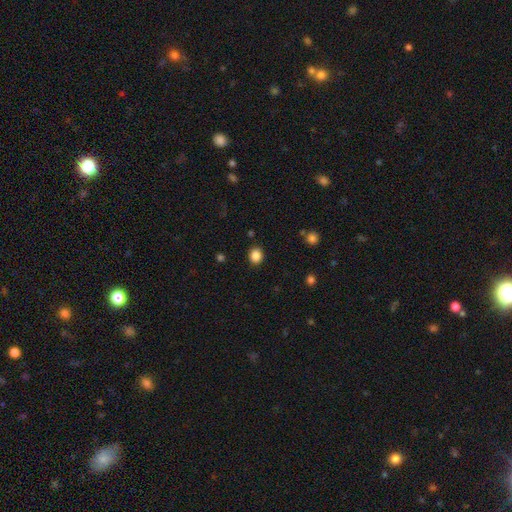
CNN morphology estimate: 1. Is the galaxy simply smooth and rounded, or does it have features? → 86% smooth, 10% star or artifact, 3% featured or disk.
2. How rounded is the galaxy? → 68% round, 31% in between, 1% cigar-shaped.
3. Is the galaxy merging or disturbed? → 89% none, 8% minor disturbance, 2% major disturbance, 2% merger.